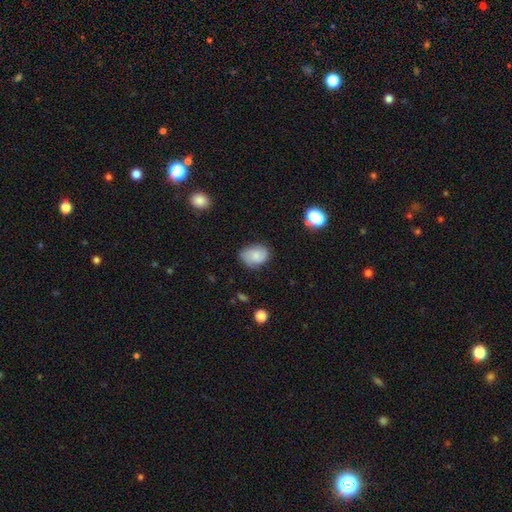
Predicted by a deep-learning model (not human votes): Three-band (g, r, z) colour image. It shows a smooth galaxy with no disk features (55%) that is in between round and cigar-shaped (69%). Merging: none (73%).